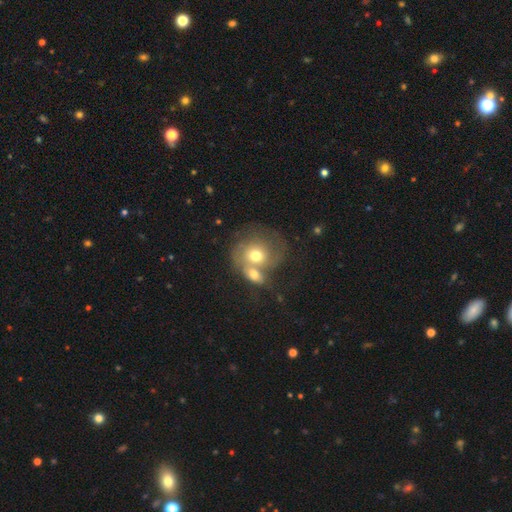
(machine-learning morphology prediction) This appears to be a smooth galaxy with no disk features (49%). Merging: merger (62%).